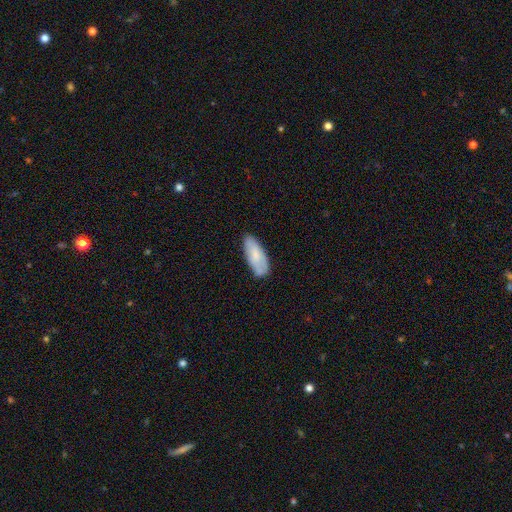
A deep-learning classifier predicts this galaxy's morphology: type=smooth (73%); roundness=in between (81%); merging=none (76%).